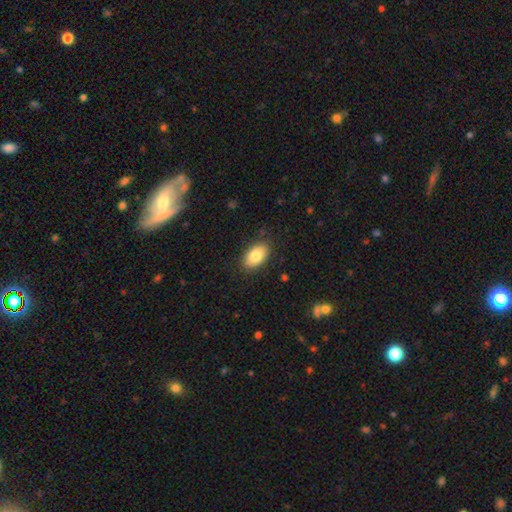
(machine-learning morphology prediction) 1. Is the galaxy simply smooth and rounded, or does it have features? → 83% smooth, 10% featured or disk, 7% star or artifact.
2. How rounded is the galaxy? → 92% in between, 6% round, 1% cigar-shaped.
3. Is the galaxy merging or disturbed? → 86% none, 10% minor disturbance, 3% major disturbance, 1% merger.